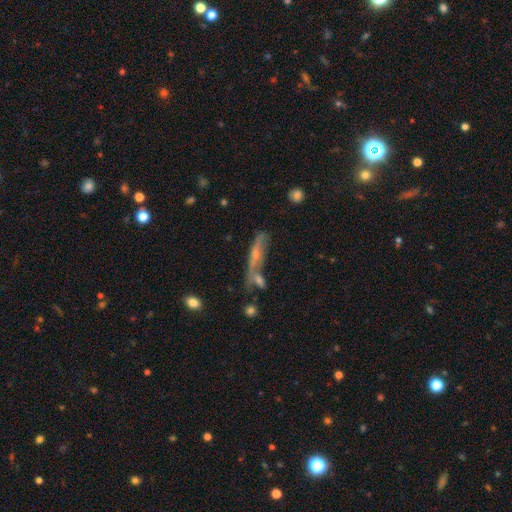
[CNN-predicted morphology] A featured or disk galaxy (55%) viewed edge-on (69%). Merging: none (45%).